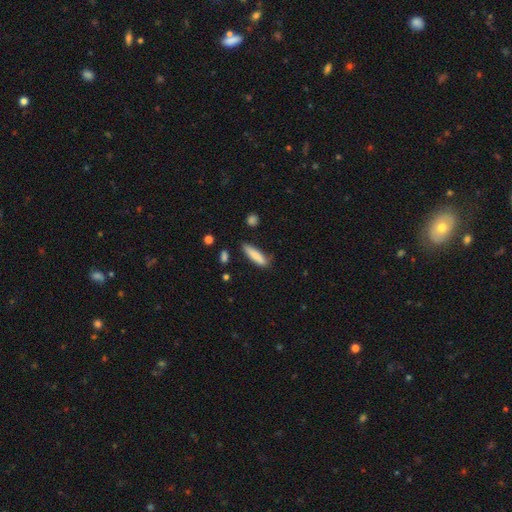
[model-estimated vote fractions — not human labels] smooth-or-featured: smooth: 82% | featured or disk: 12% | star or artifact: 6%
  how-rounded: cigar-shaped: 73% | in between: 25% | round: 2%
  merging: none: 78% | minor disturbance: 16% | major disturbance: 3% | merger: 2%